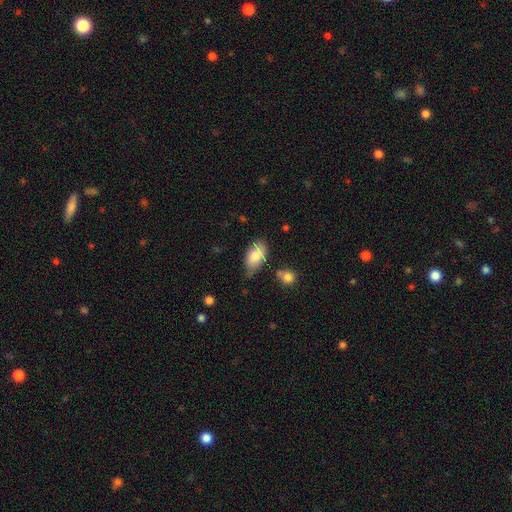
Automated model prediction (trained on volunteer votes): This appears to be a smooth galaxy with no disk features (79%) that is in between round and cigar-shaped (93%). Merging: none (53%).